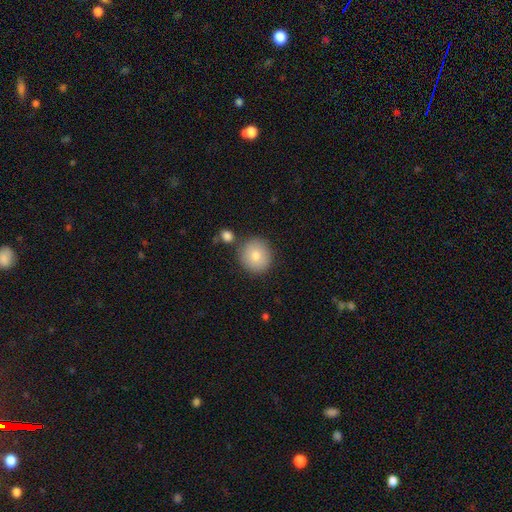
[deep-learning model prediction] A smooth galaxy with no disk features (81%) that is round (92%). Merging: none (79%).